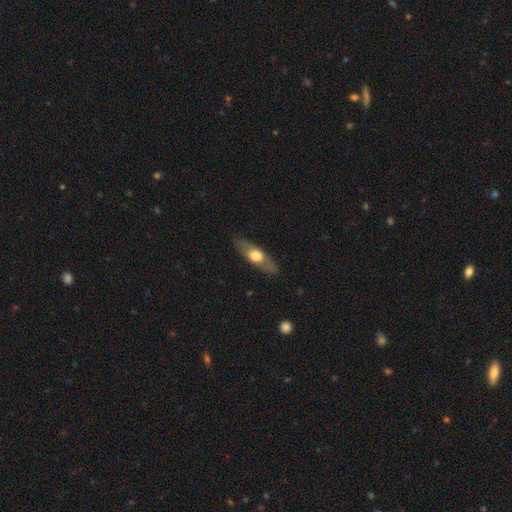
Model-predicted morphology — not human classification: Smooth or featured? Predicted: smooth (p=0.49). Merging? Predicted: none (p=0.83).